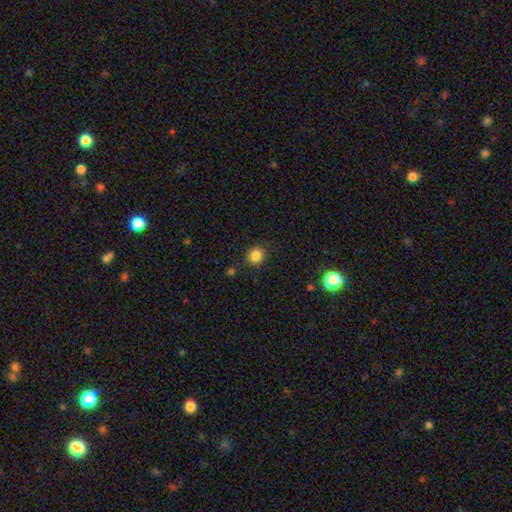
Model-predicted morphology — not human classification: Q: Smooth or featured?
A: smooth (84%); runner-up: star or artifact (12%)
Q: How rounded?
A: round (83%); runner-up: in between (17%)
Q: Merging?
A: none (85%); runner-up: minor disturbance (9%)